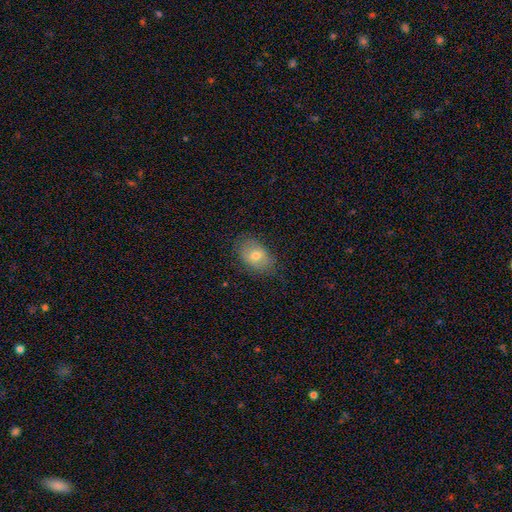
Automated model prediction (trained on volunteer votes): Smooth or featured? smooth (69%)
How rounded? in between (82%)
Merging? none (76%)